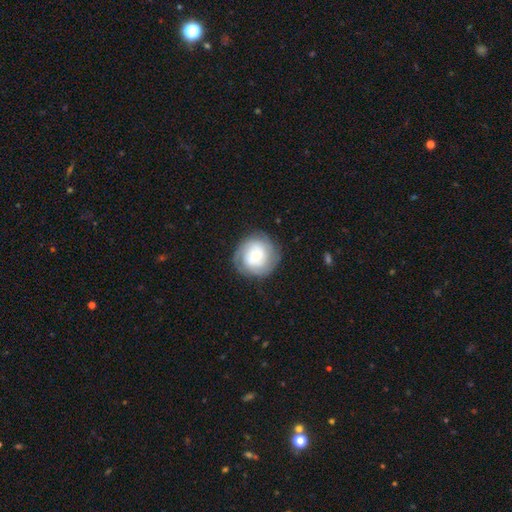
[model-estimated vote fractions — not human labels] Q: Smooth or featured?
A: featured or disk (55%); runner-up: smooth (38%)
Q: Edge-on disk?
A: no (98%); runner-up: yes (2%)
Q: Bar?
A: no (73%); runner-up: weak (21%)
Q: Spiral arms?
A: yes (86%); runner-up: no (14%)
Q: Bulge size?
A: small (41%); runner-up: moderate (33%)
Q: Merging?
A: none (80%); runner-up: minor disturbance (13%)